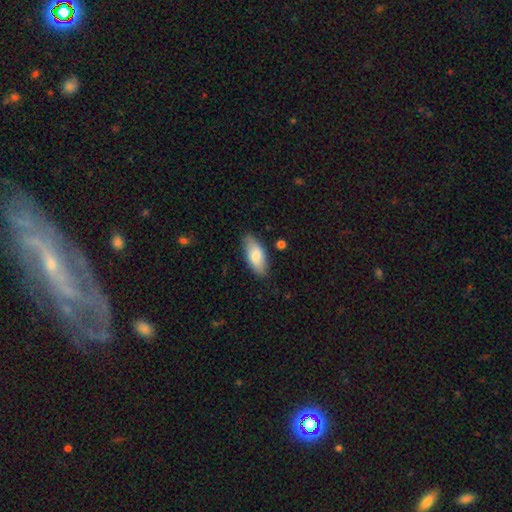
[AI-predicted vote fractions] Smooth or featured? Predicted: smooth (p=0.82). How rounded? Predicted: in between (p=0.85). Merging? Predicted: none (p=0.81).